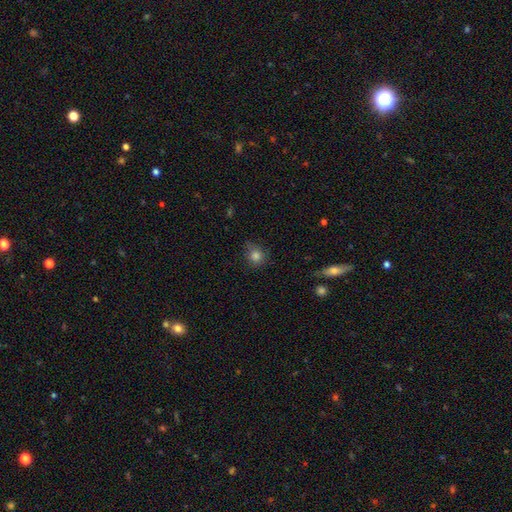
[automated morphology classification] Smooth or featured: smooth — 81% (star or artifact — 12%)
How rounded: round — 86% (in between — 13%)
Merging: none — 72% (minor disturbance — 21%)